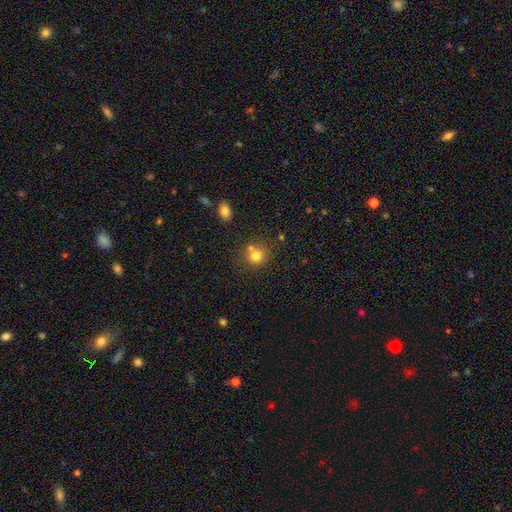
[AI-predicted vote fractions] This is likely a smooth galaxy (78%). How rounded: clearly round (86%). Merging: likely none (61%).